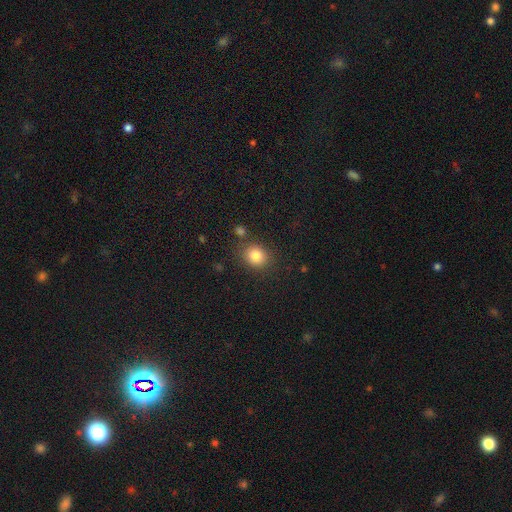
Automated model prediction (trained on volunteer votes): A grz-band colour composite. It shows a smooth galaxy with no disk features (82%) that is round (68%). Merging: none (82%).